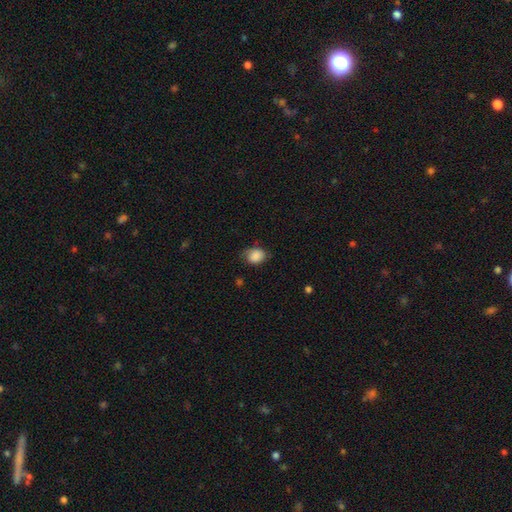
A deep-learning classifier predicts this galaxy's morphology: This is clearly a smooth galaxy (83%). How rounded: possibly in between (59%). Merging: possibly none (58%).